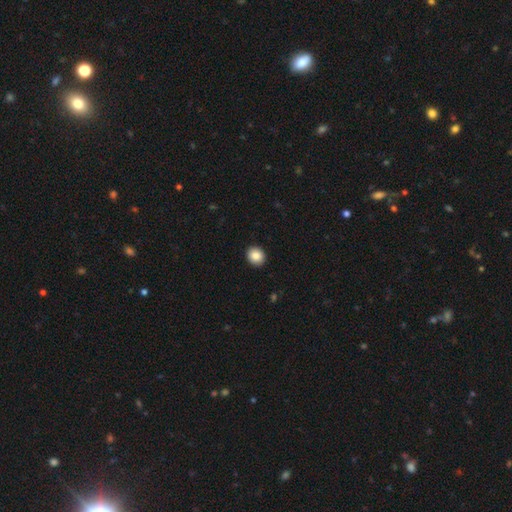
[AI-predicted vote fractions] Smooth or featured? Predicted: smooth (p=0.87). How rounded? Predicted: round (p=0.76). Merging? Predicted: none (p=0.92).